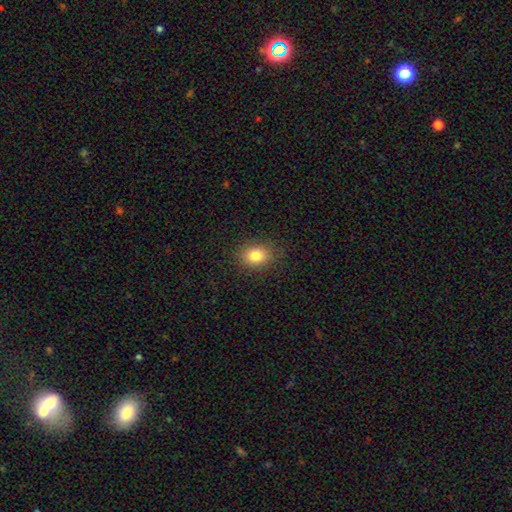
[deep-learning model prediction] Smooth or featured? Predicted: smooth (p=0.82). How rounded? Predicted: in between (p=0.55). Merging? Predicted: none (p=0.86).